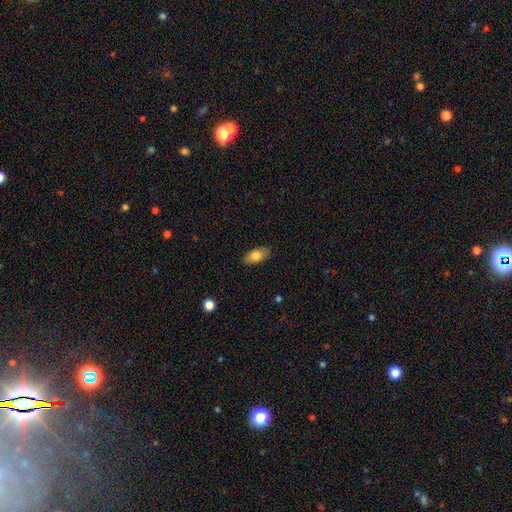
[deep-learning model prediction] Morphology: type=smooth (79%); roundness=in between (91%); merging=none (86%).